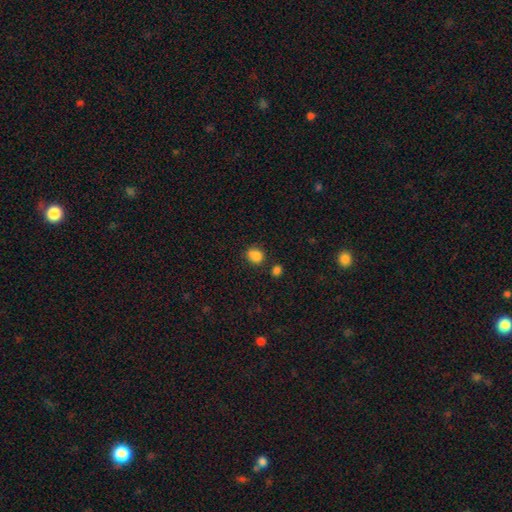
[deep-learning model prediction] Overall: smooth (85%). How rounded: round (65%; in between 34%). Merging: none (75%).